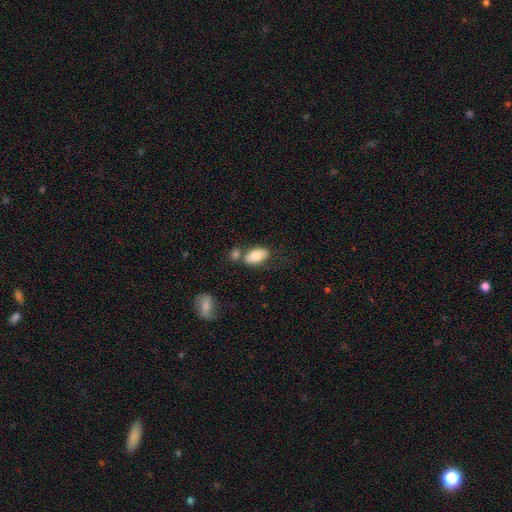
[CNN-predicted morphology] Smooth or featured? Predicted: smooth (p=0.77). How rounded? Predicted: in between (p=0.92). Merging? Predicted: none (p=0.55).